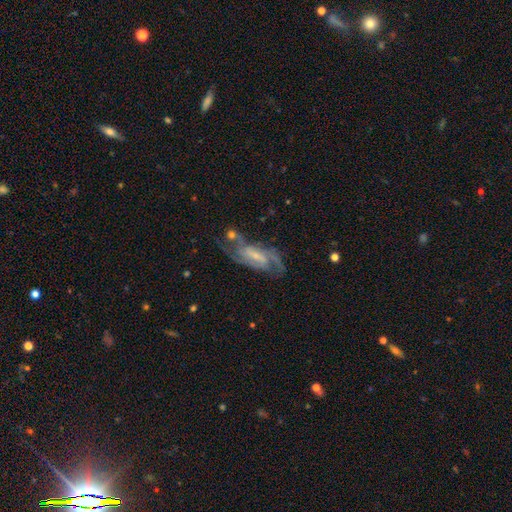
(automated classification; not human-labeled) This is clearly a featured or disk galaxy (84%). It is clearly not viewed edge-on (93%). Bar: possibly weak (48%). Spiral arm pattern: clearly yes (95%). Spiral arm count: possibly 2 (58%). Spiral winding: possibly medium (50%). Central bulge: possibly small (55%). Merging: possibly none (57%).